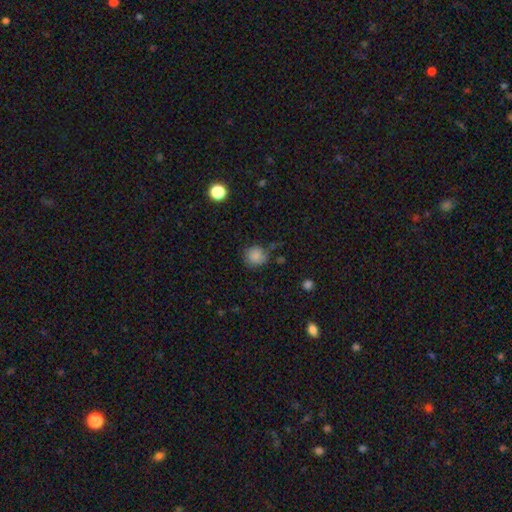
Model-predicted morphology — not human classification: smooth 84%, star or artifact 11%, featured or disk 6%. Down the decision tree: how rounded — round (85%); merging — none (69%).